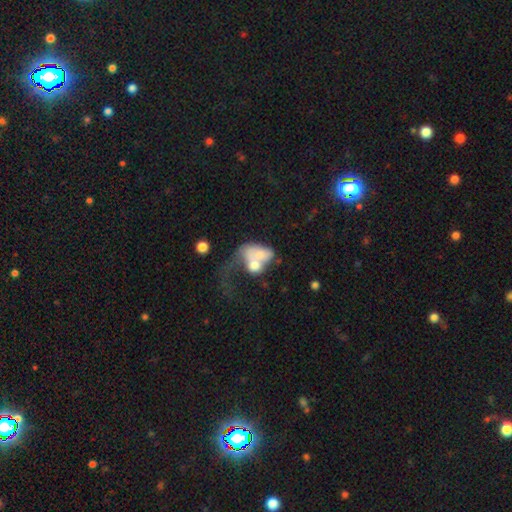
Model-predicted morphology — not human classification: Q: Smooth or featured?
A: smooth (51%); runner-up: featured or disk (39%)
Q: How rounded?
A: in between (71%); runner-up: round (27%)
Q: Merging?
A: merger (62%); runner-up: major disturbance (23%)